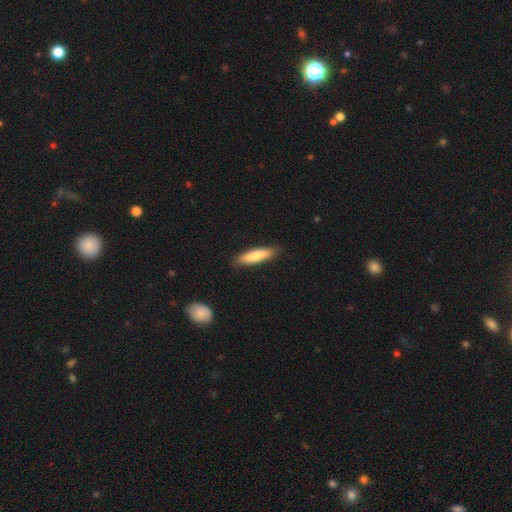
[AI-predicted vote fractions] Q: Smooth or featured?
A: smooth (78%); runner-up: featured or disk (16%)
Q: How rounded?
A: cigar-shaped (69%); runner-up: in between (29%)
Q: Merging?
A: none (85%); runner-up: minor disturbance (12%)